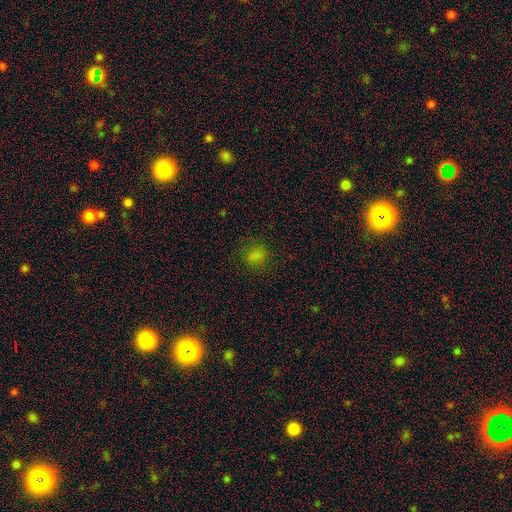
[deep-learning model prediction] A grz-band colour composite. It shows a smooth galaxy with no disk features (74%) that is round (66%). Merging: none (79%).